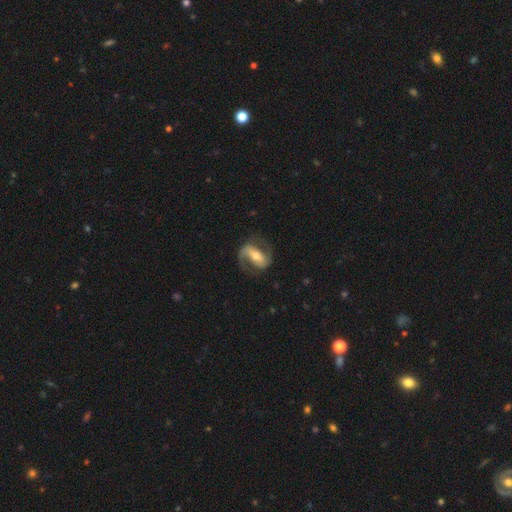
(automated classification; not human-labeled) This is clearly a featured or disk galaxy (82%). It is clearly not viewed edge-on (96%). Bar: possibly strong (47%). Spiral arm pattern: clearly yes (94%). Spiral arm count: clearly 2 (87%). Spiral winding: possibly medium (52%). Central bulge: likely moderate (61%). Merging: likely none (74%).